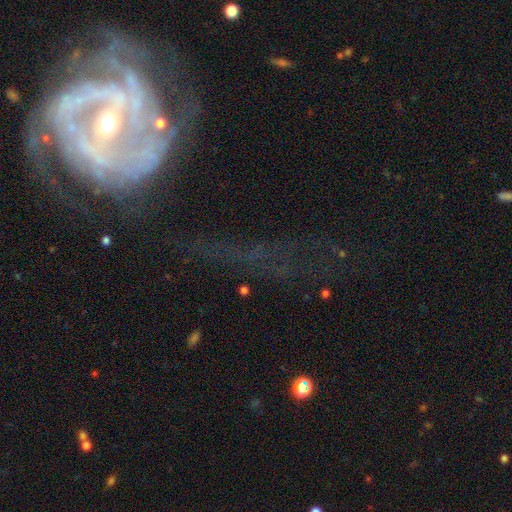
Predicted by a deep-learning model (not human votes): Smooth or featured?
  - featured or disk: 75% *
  - star or artifact: 15%
  - smooth: 10%
Edge-on disk?
  - no: 92% *
  - yes: 8%
Bar?
  - no: 36% *
  - strong: 33%
  - weak: 30%
Spiral arms?
  - yes: 79% *
  - no: 21%
Spiral winding?
  - tight: 42% *
  - medium: 36%
  - loose: 22%
Spiral arm count?
  - 2: 41% *
  - can't tell: 28%
  - 3: 10%
  - 1: 9%
  - 4: 6%
  - more than 4: 6%
Bulge size?
  - small: 64% *
  - moderate: 26%
  - none: 6%
  - large: 3%
  - dominant: 2%
Merging?
  - none: 42% *
  - major disturbance: 35%
  - minor disturbance: 16%
  - merger: 7%